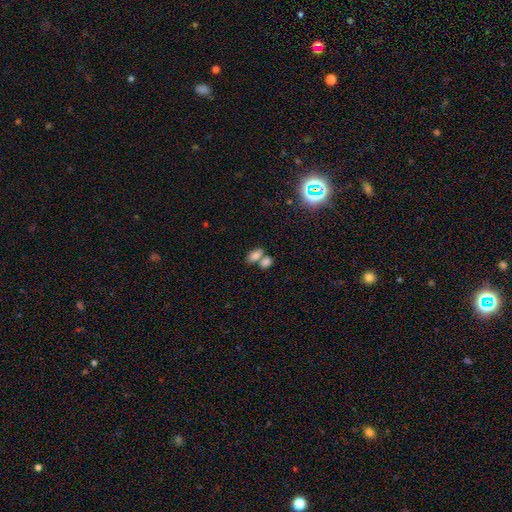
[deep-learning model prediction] Morphology: type=smooth (79%); roundness=in between (89%); merging=merger (56%).